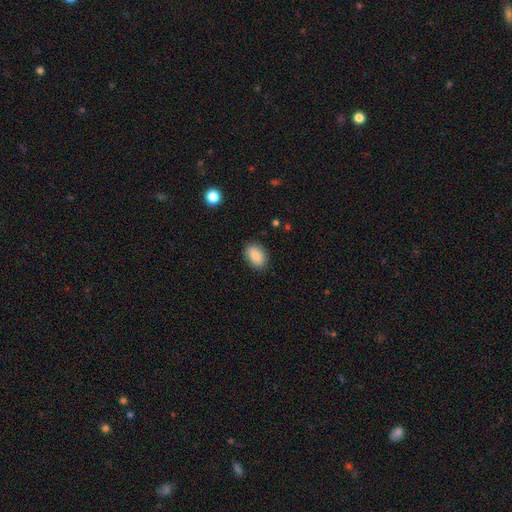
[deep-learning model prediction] smooth_or_featured: smooth (p=0.85) [alt: star or artifact p=0.08]
how_rounded: in between (p=0.84) [alt: round p=0.14]
merging: none (p=0.86) [alt: minor disturbance p=0.10]